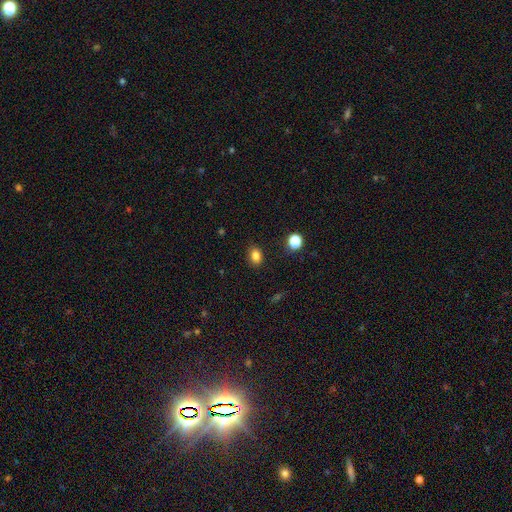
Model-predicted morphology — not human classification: Overall: smooth (83%). How rounded: in between (61%; round 38%). Merging: none (86%).